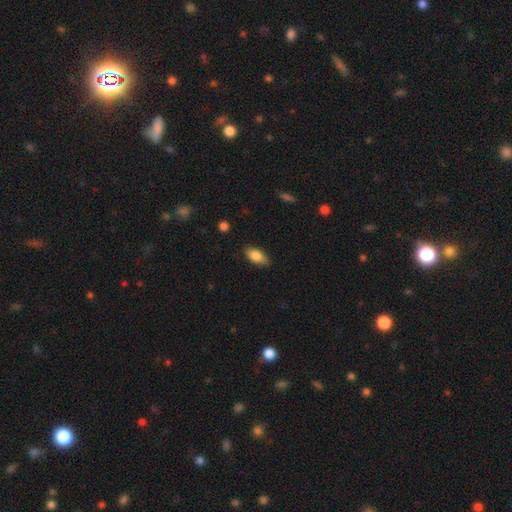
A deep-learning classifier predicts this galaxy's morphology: smooth 84%, featured or disk 9%, star or artifact 7%. Down the decision tree: how rounded — in between (90%); merging — none (81%).